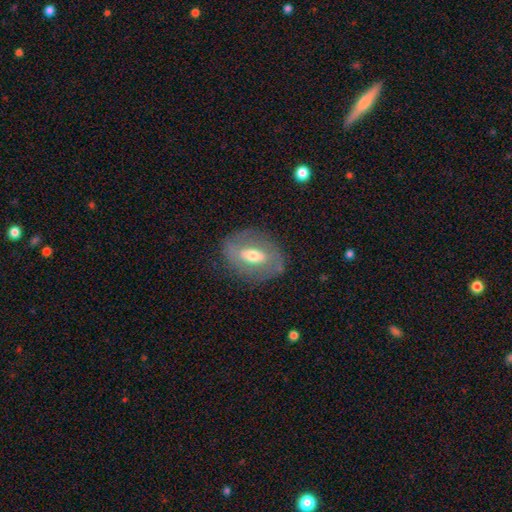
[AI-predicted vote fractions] Q: Smooth or featured?
A: featured or disk (54%); runner-up: smooth (39%)
Q: Edge-on disk?
A: no (87%); runner-up: yes (13%)
Q: Merging?
A: none (77%); runner-up: minor disturbance (14%)